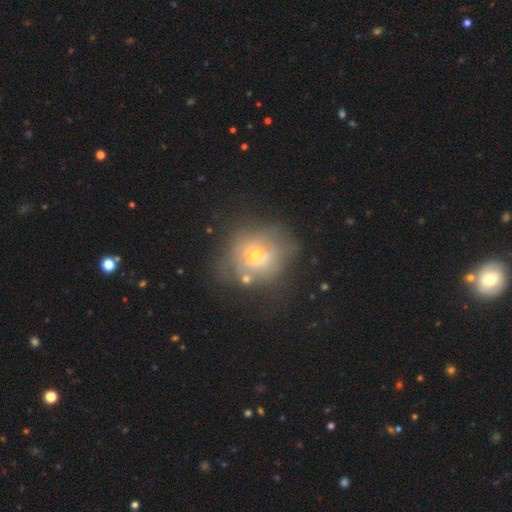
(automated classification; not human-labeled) This is possibly a smooth galaxy (50%). How rounded: clearly round (81%). Merging: possibly none (56%).